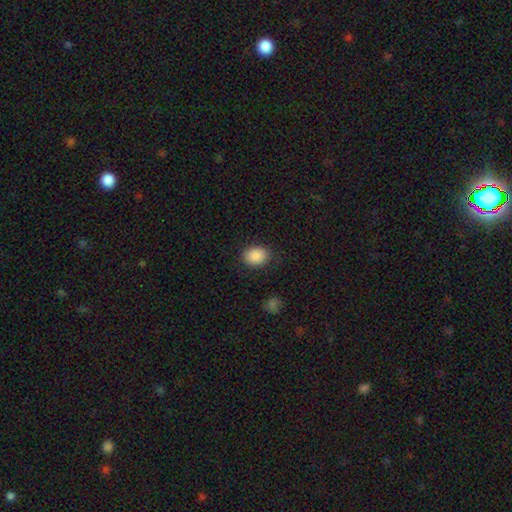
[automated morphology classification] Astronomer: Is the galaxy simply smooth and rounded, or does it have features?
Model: smooth — 89%.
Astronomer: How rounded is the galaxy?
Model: in between — 60% (runner-up: round, 39%).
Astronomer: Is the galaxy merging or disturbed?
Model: none — 83%.